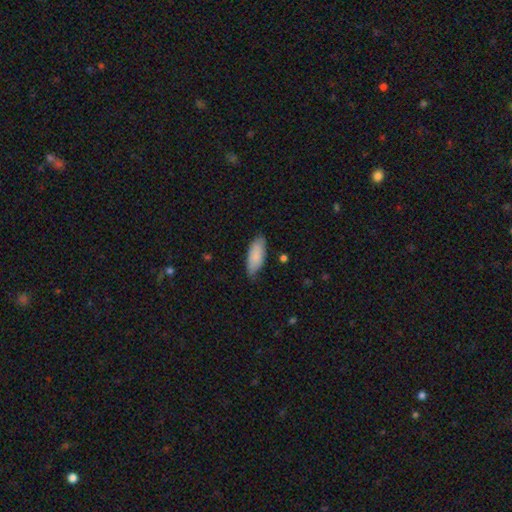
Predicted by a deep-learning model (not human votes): A smooth galaxy with no disk features (85%) that is in between round and cigar-shaped (78%). Merging: none (76%).